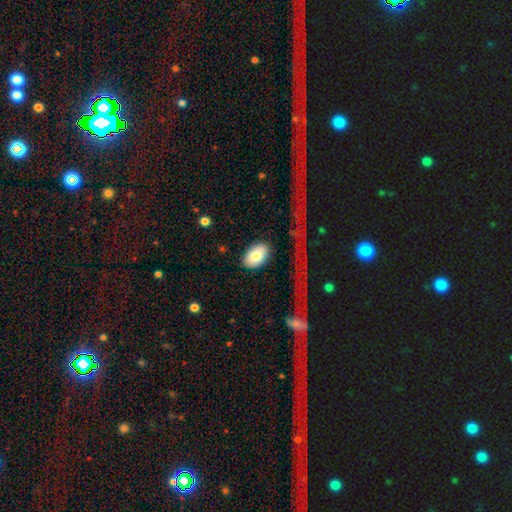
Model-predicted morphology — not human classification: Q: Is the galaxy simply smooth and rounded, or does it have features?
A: smooth — 78%.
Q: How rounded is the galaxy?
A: in between — 89%.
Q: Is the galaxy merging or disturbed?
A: none — 82%.